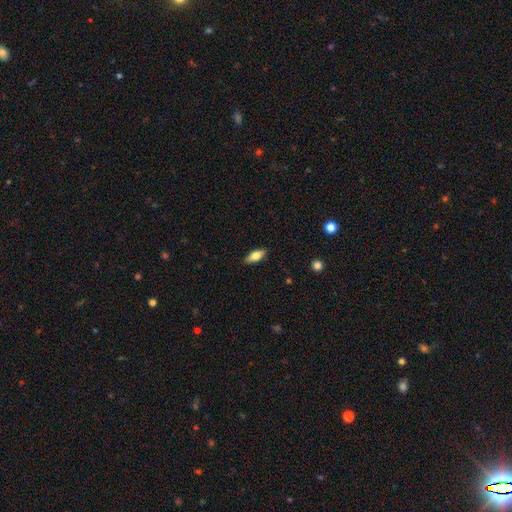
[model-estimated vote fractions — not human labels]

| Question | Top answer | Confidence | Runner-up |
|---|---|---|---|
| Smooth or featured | smooth | 69% | featured or disk (24%) |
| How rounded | in between | 76% | cigar-shaped (21%) |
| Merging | none | 88% | minor disturbance (9%) |